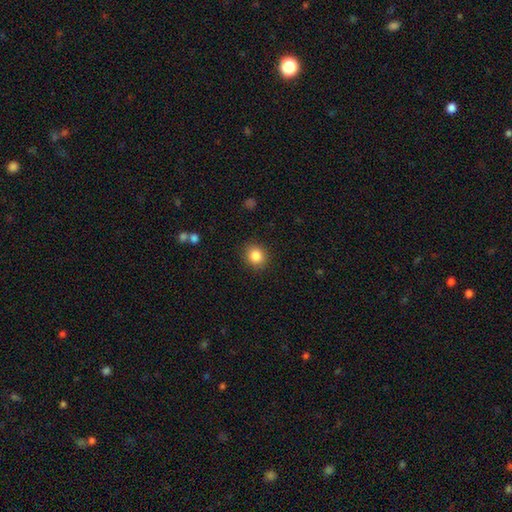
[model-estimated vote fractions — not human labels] Smooth or featured? smooth (85%)
How rounded? round (79%)
Merging? none (89%)